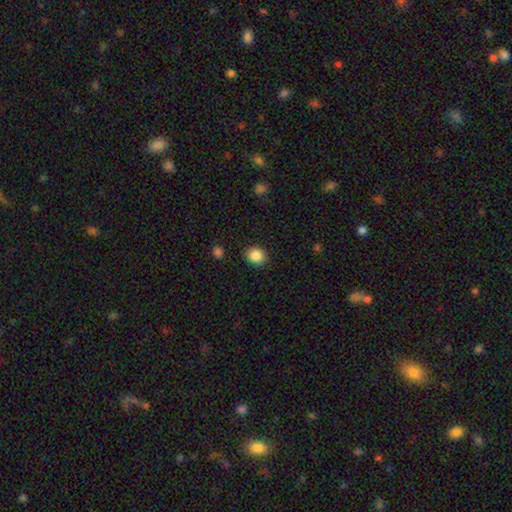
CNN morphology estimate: Smooth or featured: smooth — 86% (star or artifact — 9%)
How rounded: round — 71% (in between — 28%)
Merging: none — 89% (minor disturbance — 8%)